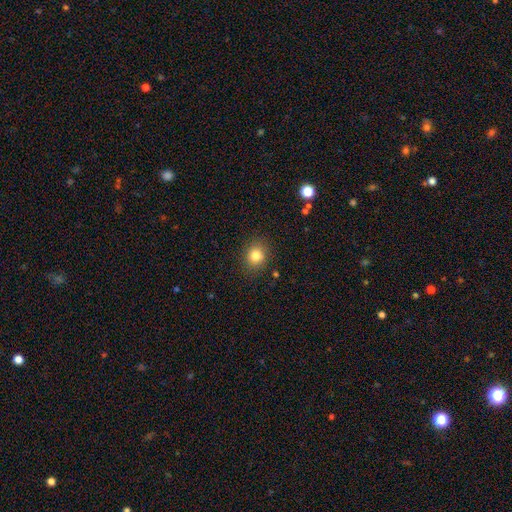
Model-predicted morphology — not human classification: Smooth or featured? Predicted: smooth (p=0.82). How rounded? Predicted: round (p=0.69). Merging? Predicted: none (p=0.86).